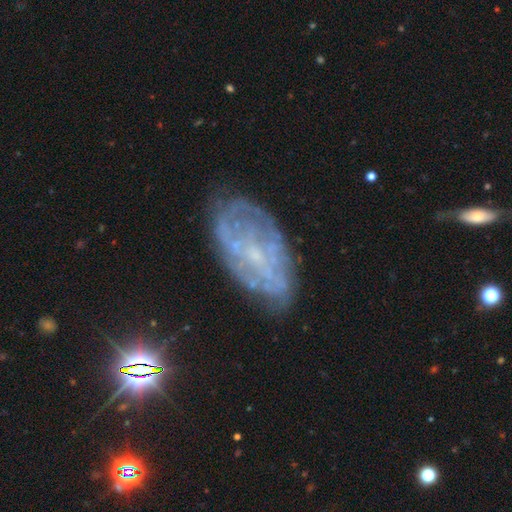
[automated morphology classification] The model was most divided on "spiral arms": yes: 62%, no: 38%. More confident: edge-on disk — no (94%); smooth or featured — featured or disk (71%); bulge size — small (69%); merging — none (69%); bar — no (65%).